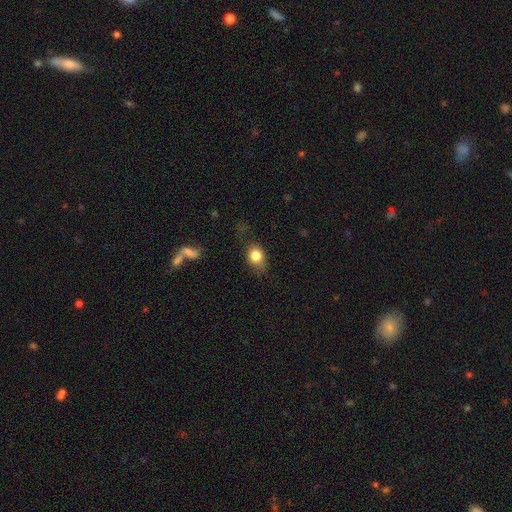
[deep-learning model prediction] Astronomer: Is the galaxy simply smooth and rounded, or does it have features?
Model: smooth — 80%.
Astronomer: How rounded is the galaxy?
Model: in between — 55% (runner-up: round, 43%).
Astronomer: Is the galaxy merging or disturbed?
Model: none — 63%.